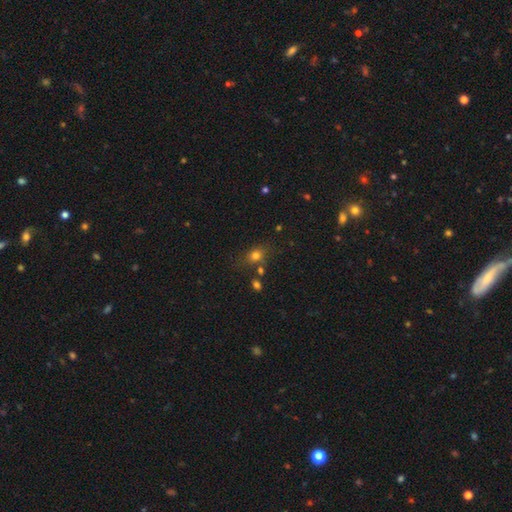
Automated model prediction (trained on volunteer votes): Smooth or featured?
  - smooth: 74% *
  - star or artifact: 16%
  - featured or disk: 10%
How rounded?
  - round: 52% *
  - in between: 46%
  - cigar-shaped: 2%
Merging?
  - none: 68% *
  - minor disturbance: 16%
  - merger: 11%
  - major disturbance: 6%